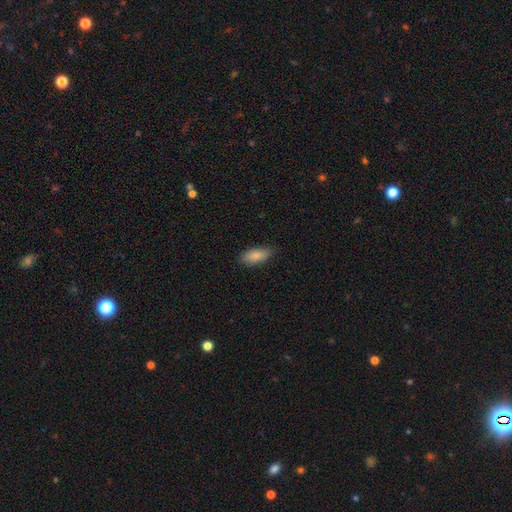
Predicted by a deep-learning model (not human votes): smooth_or_featured: smooth (p=0.85) [alt: featured or disk p=0.09]
how_rounded: in between (p=0.86) [alt: cigar-shaped p=0.12]
merging: none (p=0.85) [alt: minor disturbance p=0.12]